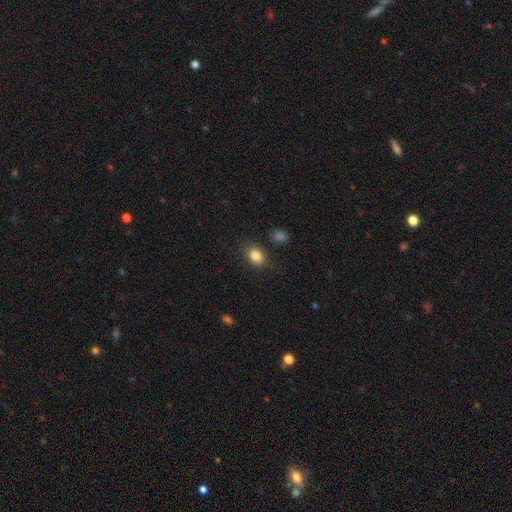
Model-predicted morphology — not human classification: A smooth galaxy with no disk features (84%) that is in between round and cigar-shaped (65%).

Vote fractions:
- Smooth or featured? smooth: 84% / star or artifact: 10% / featured or disk: 6%
- How rounded? in between: 65% / round: 34% / cigar-shaped: 1%
- Merging? none: 81% / minor disturbance: 12% / major disturbance: 3% / merger: 3%